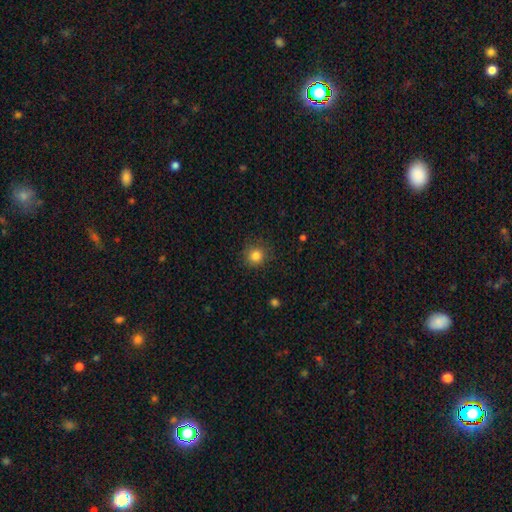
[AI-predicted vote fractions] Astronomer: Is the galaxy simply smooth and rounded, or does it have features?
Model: smooth — 84%.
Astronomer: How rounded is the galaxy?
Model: round — 91%.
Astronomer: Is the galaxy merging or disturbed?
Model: none — 87%.